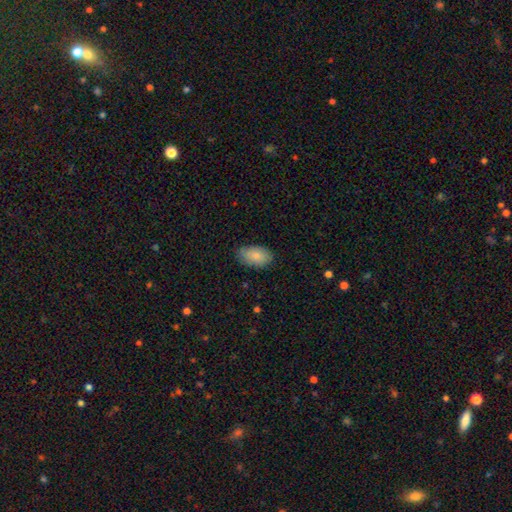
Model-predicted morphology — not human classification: This is clearly a smooth galaxy (86%). How rounded: clearly in between (94%). Merging: likely none (80%).